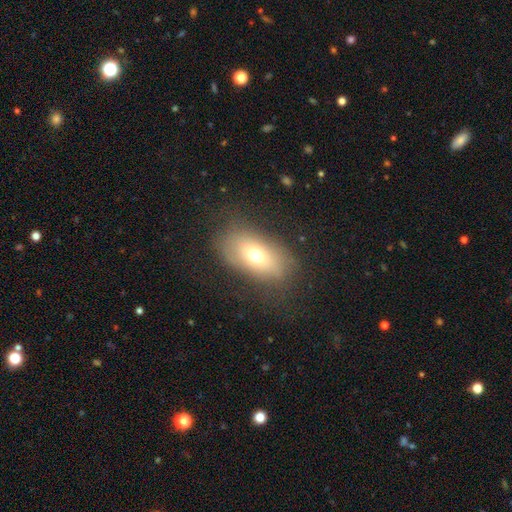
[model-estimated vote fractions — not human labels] The model was most divided on "smooth or featured": smooth: 65%, featured or disk: 24%, star or artifact: 11%. More confident: how rounded — in between (87%); merging — none (74%).